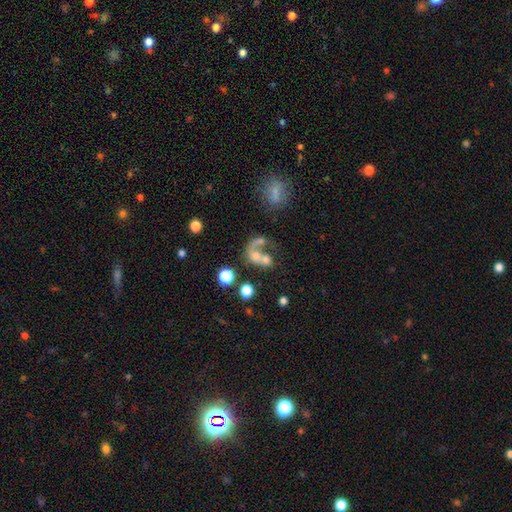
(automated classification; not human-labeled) A featured or disk galaxy (44%). Merging: merger (48%).